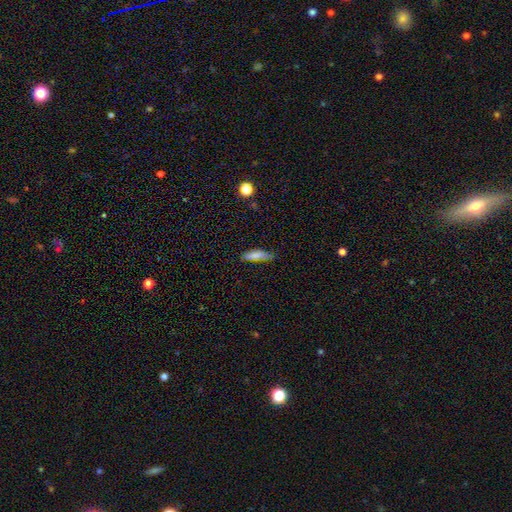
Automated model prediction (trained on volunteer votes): Smooth or featured? smooth (78%)
How rounded? cigar-shaped (62%)
Merging? none (63%)